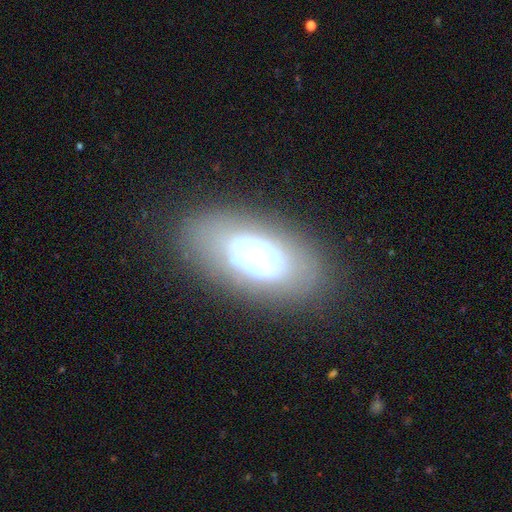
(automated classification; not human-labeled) smooth-or-featured: featured or disk: 51% | smooth: 35% | star or artifact: 13%
  disk-edge-on: no: 88% | yes: 12%
  merging: none: 62% | minor disturbance: 19% | major disturbance: 13% | merger: 5%